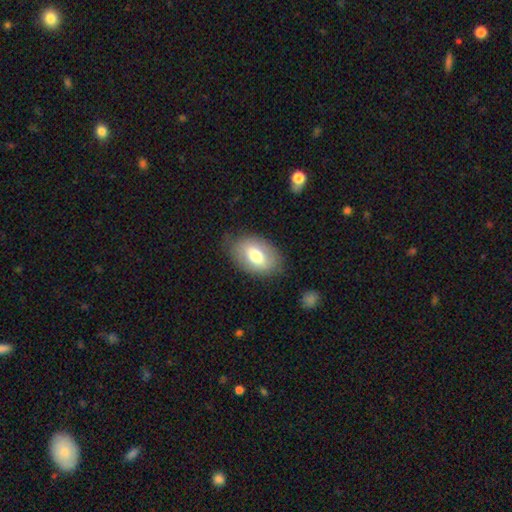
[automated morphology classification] Overall: smooth (68%). How rounded: in between (88%). Merging: none (75%).